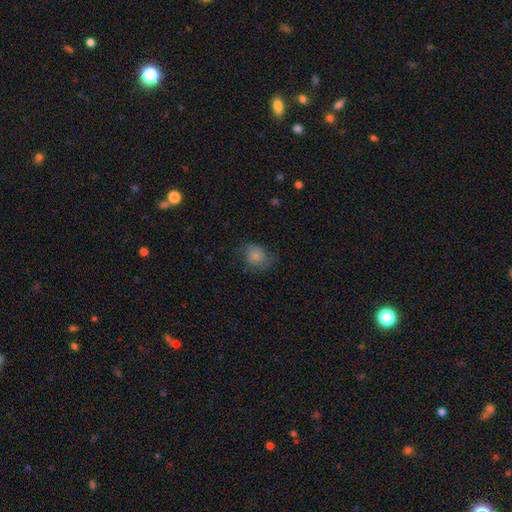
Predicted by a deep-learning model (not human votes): This appears to be a smooth galaxy with no disk features (78%) that is round (59%). Merging: none (61%).